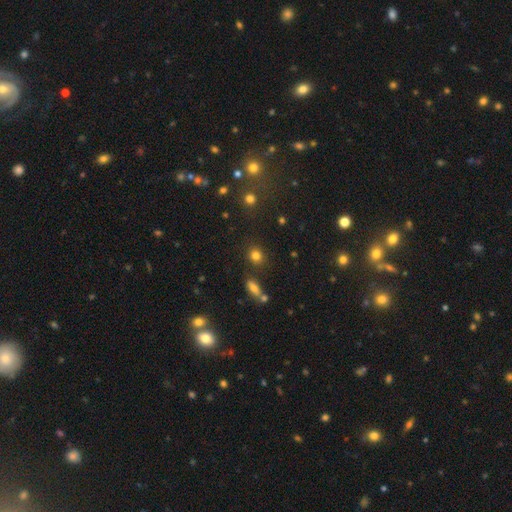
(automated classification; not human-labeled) smooth 80%, star or artifact 14%, featured or disk 6%. Down the decision tree: how rounded — round (81%); merging — none (83%).